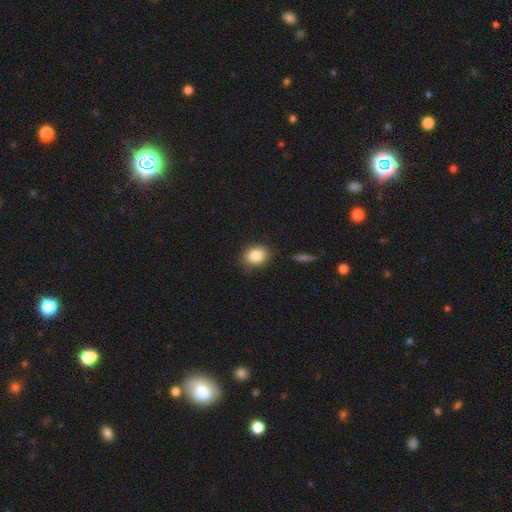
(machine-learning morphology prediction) A smooth galaxy with no disk features (85%) that is in between round and cigar-shaped (50%).

Vote fractions:
- Smooth or featured? smooth: 85% / star or artifact: 9% / featured or disk: 6%
- How rounded? in between: 50% / round: 49% / cigar-shaped: 1%
- Merging? none: 80% / minor disturbance: 15% / major disturbance: 3% / merger: 2%